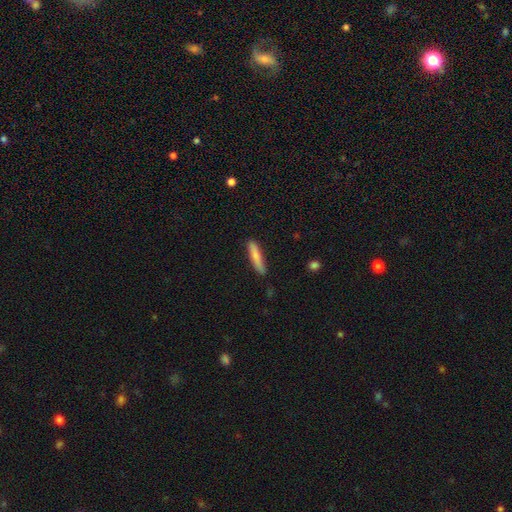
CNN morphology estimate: A smooth galaxy with no disk features (79%) that is cigar-shaped (89%). Merging: none (83%).